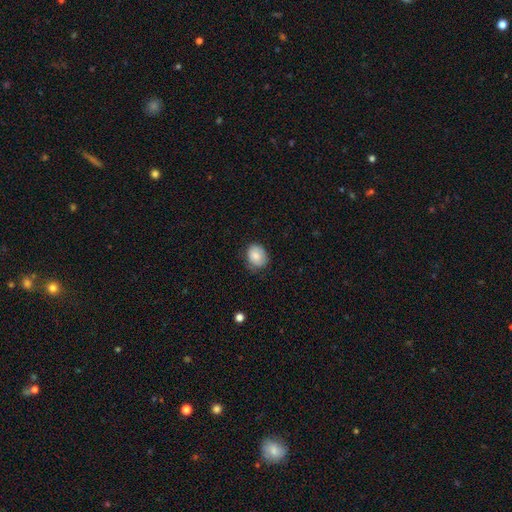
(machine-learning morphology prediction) Smooth or featured?
  - smooth: 78% *
  - featured or disk: 14%
  - star or artifact: 8%
How rounded?
  - round: 57% *
  - in between: 42%
  - cigar-shaped: 1%
Merging?
  - none: 67% *
  - minor disturbance: 26%
  - major disturbance: 6%
  - merger: 1%